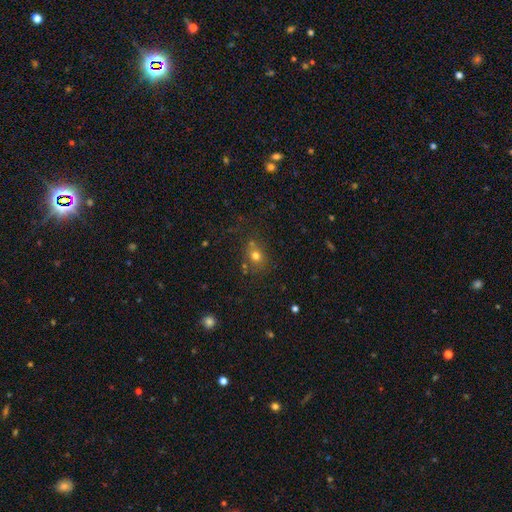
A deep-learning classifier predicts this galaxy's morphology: Smooth or featured? smooth (72%)
How rounded? round (69%)
Merging? none (68%)